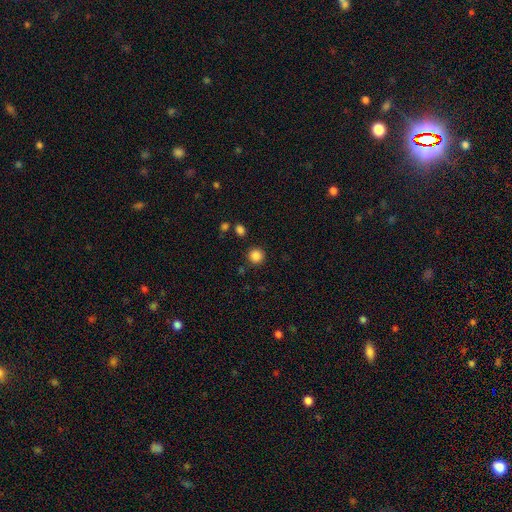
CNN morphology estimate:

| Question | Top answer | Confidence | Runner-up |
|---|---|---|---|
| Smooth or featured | smooth | 86% | star or artifact (11%) |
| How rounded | round | 94% | in between (5%) |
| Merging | none | 88% | minor disturbance (6%) |